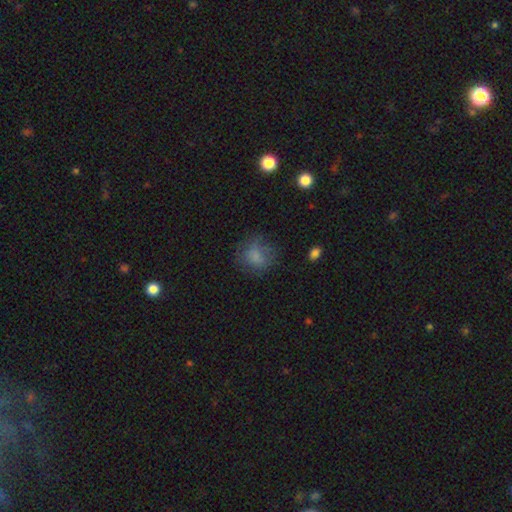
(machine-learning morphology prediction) The model was most divided on "merging": none: 60%, minor disturbance: 22%, major disturbance: 15%, merger: 2%. More confident: smooth or featured — smooth (72%); how rounded — round (71%).